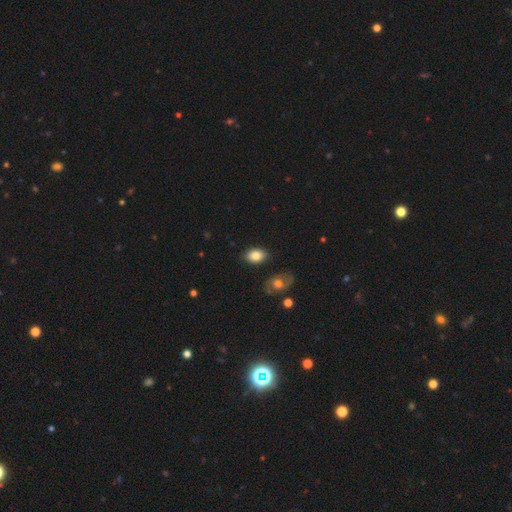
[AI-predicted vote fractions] Q: Smooth or featured?
A: smooth (82%); runner-up: featured or disk (10%)
Q: How rounded?
A: in between (85%); runner-up: round (13%)
Q: Merging?
A: none (85%); runner-up: minor disturbance (10%)